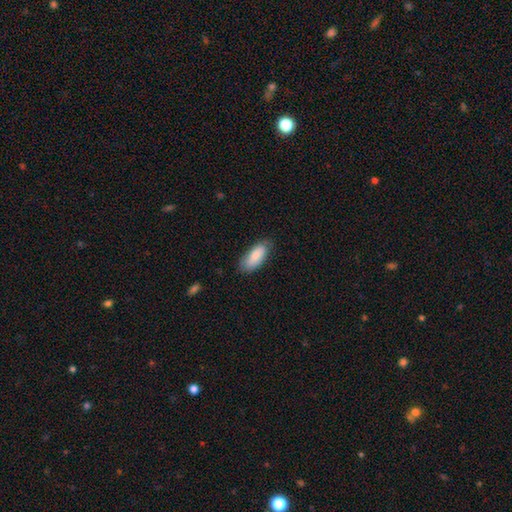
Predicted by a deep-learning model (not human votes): A smooth galaxy with no disk features (80%) that is in between round and cigar-shaped (86%).

Vote fractions:
- Smooth or featured? smooth: 80% / featured or disk: 15% / star or artifact: 6%
- How rounded? in between: 86% / cigar-shaped: 12% / round: 2%
- Merging? none: 78% / minor disturbance: 18% / major disturbance: 3% / merger: 1%